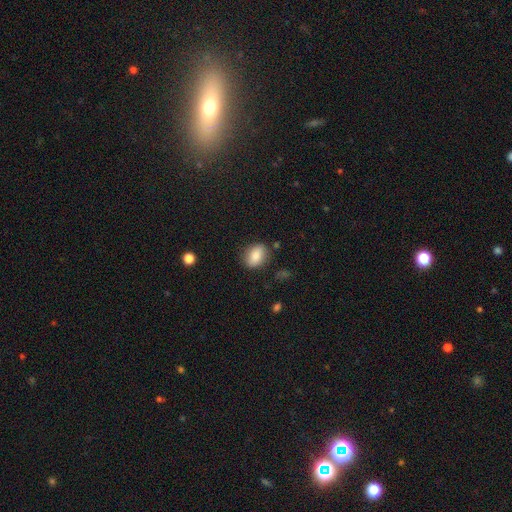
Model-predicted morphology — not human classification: A smooth galaxy with no disk features (83%) that is in between round and cigar-shaped (72%). Merging: none (81%).